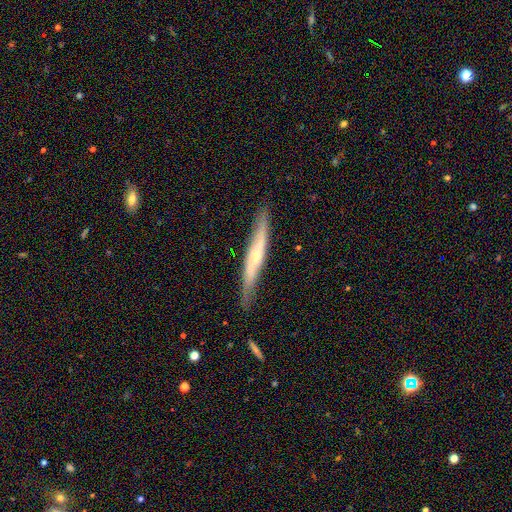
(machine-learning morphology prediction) type=featured or disk (59%); edge-on=yes (83%); merging=none (83%).